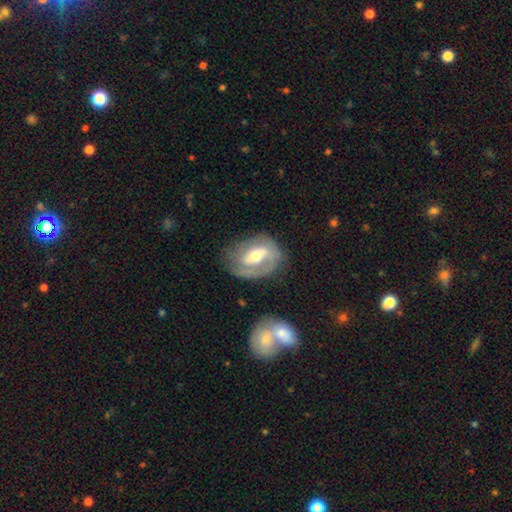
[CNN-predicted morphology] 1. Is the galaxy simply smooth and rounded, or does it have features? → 76% featured or disk, 18% smooth, 5% star or artifact.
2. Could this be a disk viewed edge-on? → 96% no, 4% yes.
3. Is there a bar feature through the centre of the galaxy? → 43% weak, 29% strong, 28% no.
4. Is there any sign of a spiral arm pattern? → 83% yes, 17% no.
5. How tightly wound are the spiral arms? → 48% tight, 37% medium, 16% loose.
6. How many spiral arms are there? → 49% 2, 24% 1, 19% can't tell, 5% 3, 2% 4, 1% more than 4.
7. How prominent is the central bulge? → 65% moderate, 27% small, 6% large, 1% none, 1% dominant.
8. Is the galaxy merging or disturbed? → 65% none, 21% minor disturbance, 11% major disturbance, 3% merger.